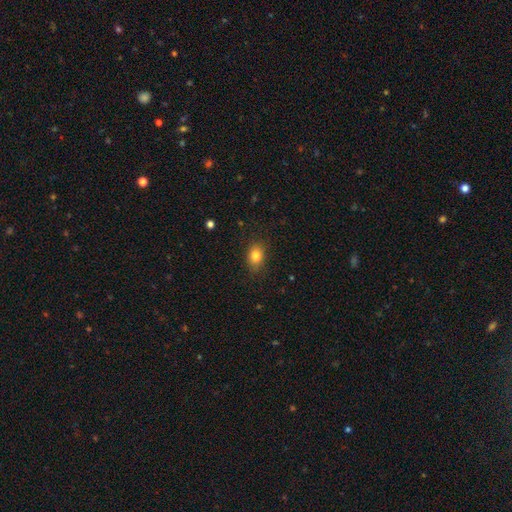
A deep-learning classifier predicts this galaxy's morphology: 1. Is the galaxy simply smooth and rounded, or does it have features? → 82% smooth, 10% star or artifact, 8% featured or disk.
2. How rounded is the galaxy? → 72% in between, 27% round, 2% cigar-shaped.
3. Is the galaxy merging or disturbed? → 83% none, 13% minor disturbance, 3% major disturbance, 1% merger.